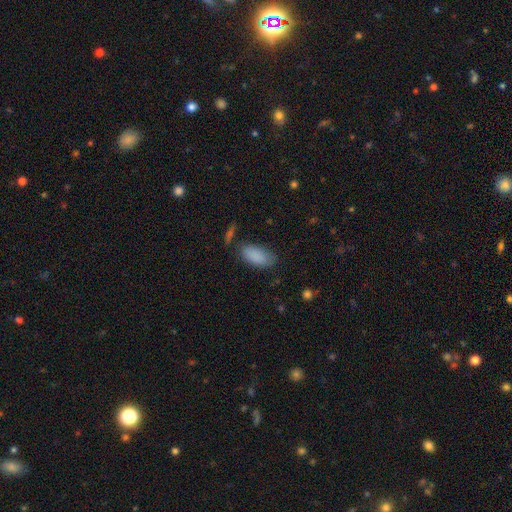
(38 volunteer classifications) This is clearly a smooth galaxy (97%). How rounded: clearly in between (95%). Merging: clearly none (81%).